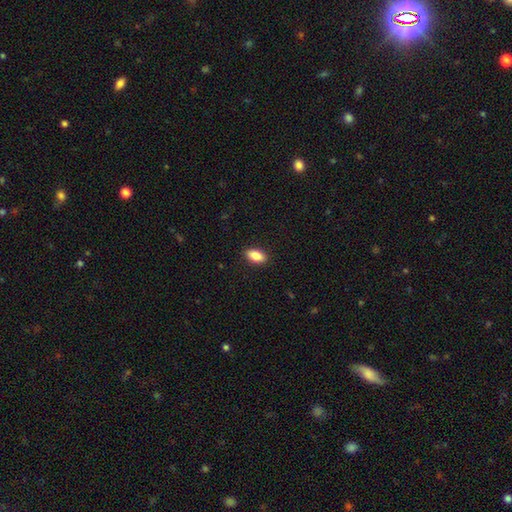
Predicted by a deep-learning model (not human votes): The model was most divided on "smooth or featured": smooth: 85%, featured or disk: 8%, star or artifact: 7%. More confident: how rounded — in between (90%); merging — none (90%).